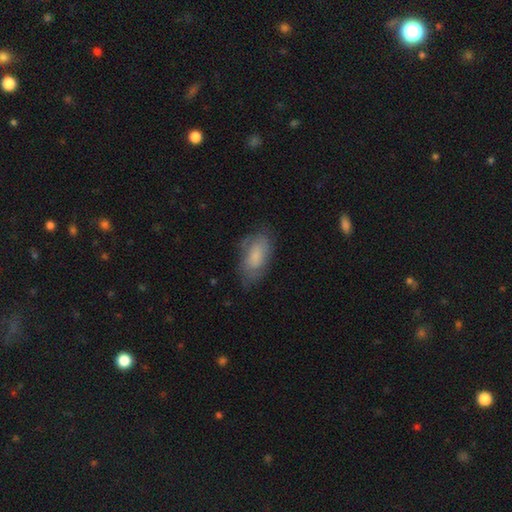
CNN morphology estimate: This is likely a smooth galaxy (61%). How rounded: clearly in between (91%). Merging: likely none (67%).